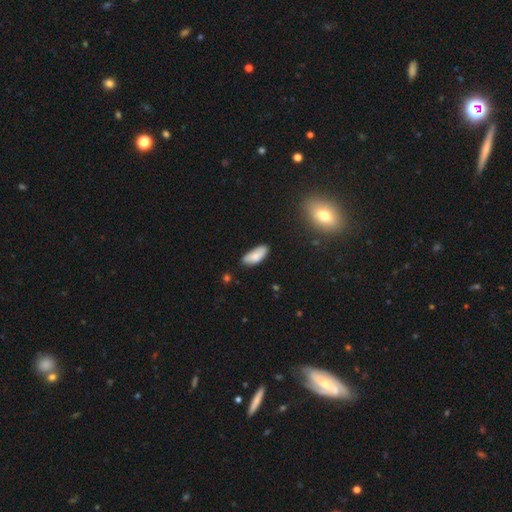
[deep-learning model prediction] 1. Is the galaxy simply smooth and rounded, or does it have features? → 83% smooth, 10% featured or disk, 7% star or artifact.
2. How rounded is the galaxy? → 81% in between, 17% cigar-shaped, 2% round.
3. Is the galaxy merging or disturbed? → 75% none, 20% minor disturbance, 3% major disturbance, 2% merger.